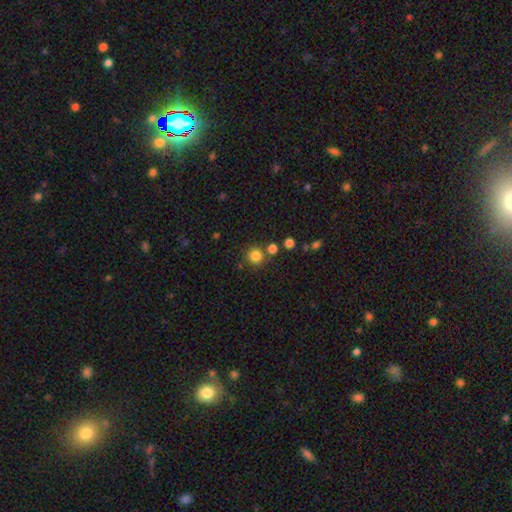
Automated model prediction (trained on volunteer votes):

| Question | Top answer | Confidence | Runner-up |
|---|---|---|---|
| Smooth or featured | smooth | 82% | star or artifact (13%) |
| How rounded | round | 93% | in between (6%) |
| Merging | none | 77% | merger (11%) |